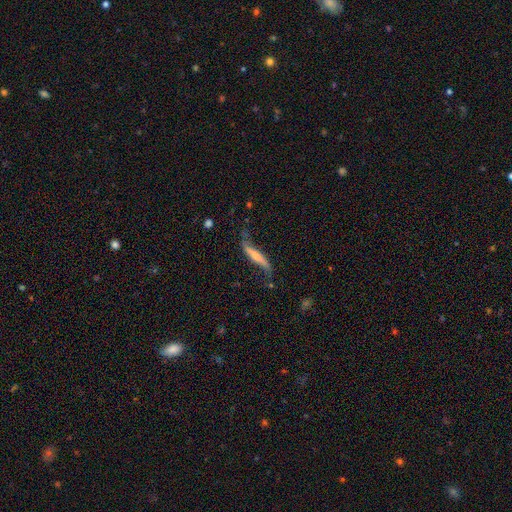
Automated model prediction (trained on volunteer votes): smooth-or-featured: featured or disk: 56% | smooth: 37% | star or artifact: 7%
  disk-edge-on: yes: 55% | no: 45%
  merging: none: 50% | minor disturbance: 29% | major disturbance: 17% | merger: 5%